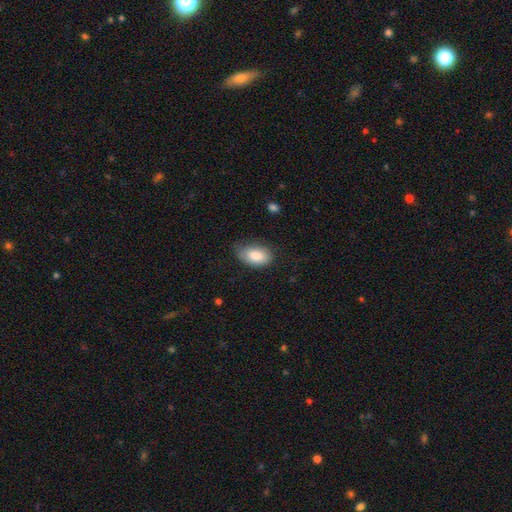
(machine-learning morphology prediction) A smooth galaxy with no disk features (85%) that is in between round and cigar-shaped (92%). Merging: none (67%).